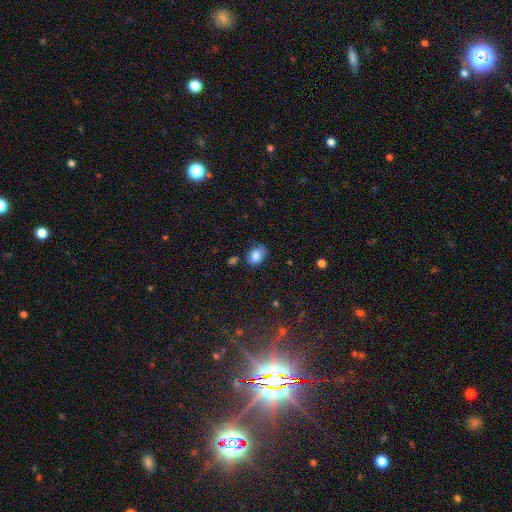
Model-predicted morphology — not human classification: The model was most divided on "merging": none: 67%, minor disturbance: 24%, major disturbance: 5%, merger: 4%. More confident: smooth or featured — smooth (82%); how rounded — in between (77%).